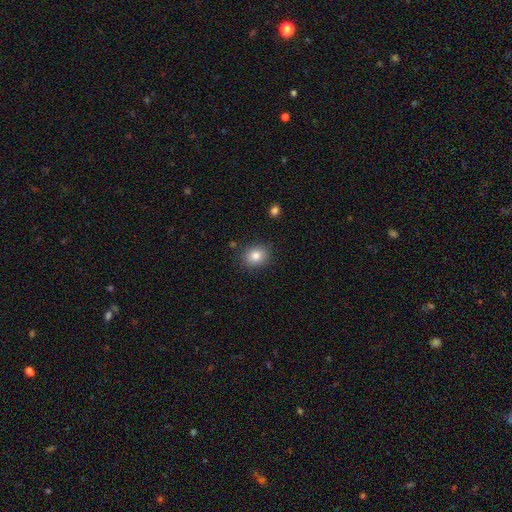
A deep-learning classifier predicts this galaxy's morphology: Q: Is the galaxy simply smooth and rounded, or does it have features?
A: smooth — 82%.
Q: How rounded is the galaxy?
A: round — 66%.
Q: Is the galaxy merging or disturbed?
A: none — 87%.